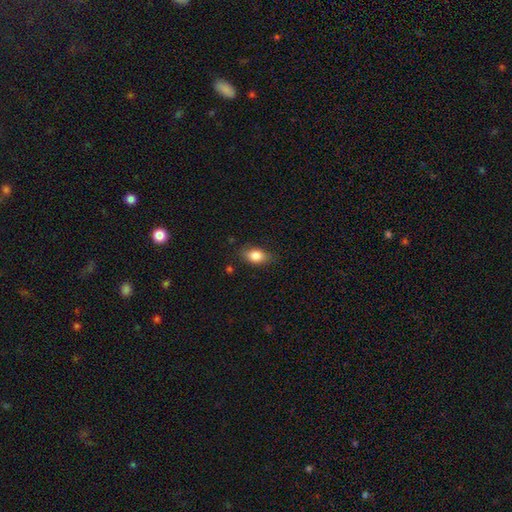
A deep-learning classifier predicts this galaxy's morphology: type=smooth (83%); roundness=in between (84%); merging=none (78%).